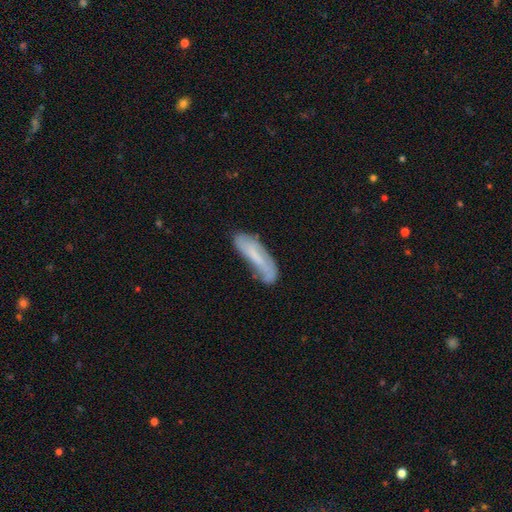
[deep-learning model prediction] smooth-or-featured: smooth: 55% | featured or disk: 36% | star or artifact: 8%
  how-rounded: cigar-shaped: 64% | in between: 35% | round: 2%
  merging: none: 56% | minor disturbance: 29% | major disturbance: 11% | merger: 4%